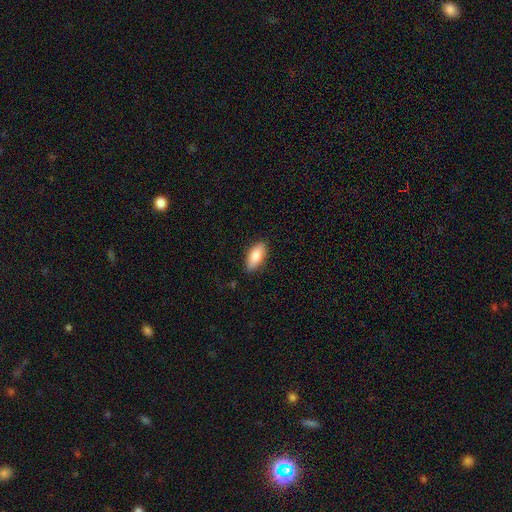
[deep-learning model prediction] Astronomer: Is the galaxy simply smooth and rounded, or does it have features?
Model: smooth — 87%.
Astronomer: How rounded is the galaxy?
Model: in between — 86%.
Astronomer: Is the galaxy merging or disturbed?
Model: none — 85%.